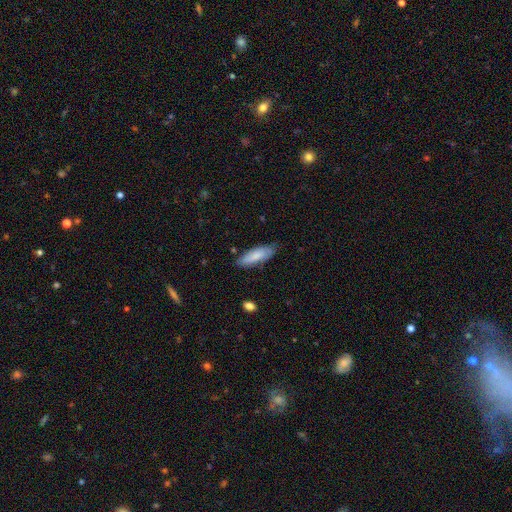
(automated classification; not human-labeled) Smooth or featured? smooth (77%)
How rounded? in between (57%)
Merging? none (71%)